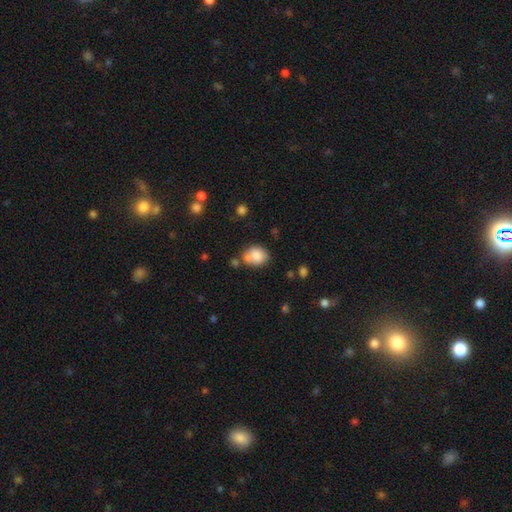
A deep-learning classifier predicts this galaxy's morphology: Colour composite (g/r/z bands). It shows a smooth galaxy with no disk features (81%) that is in between round and cigar-shaped (50%). Merging: none (53%).